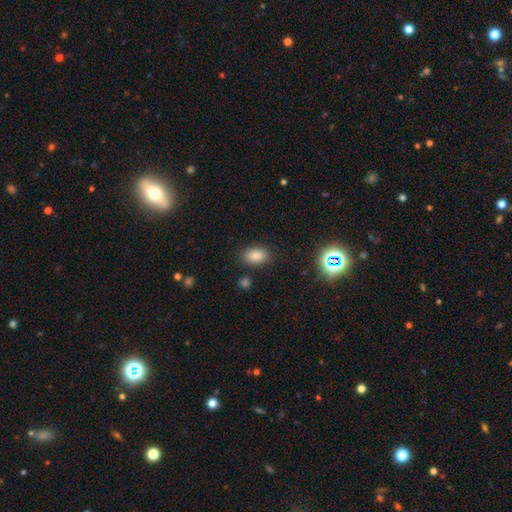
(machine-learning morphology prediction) Smooth or featured?
  - smooth: 84% *
  - star or artifact: 11%
  - featured or disk: 5%
How rounded?
  - in between: 86% *
  - round: 12%
  - cigar-shaped: 1%
Merging?
  - none: 84% *
  - minor disturbance: 11%
  - major disturbance: 3%
  - merger: 2%